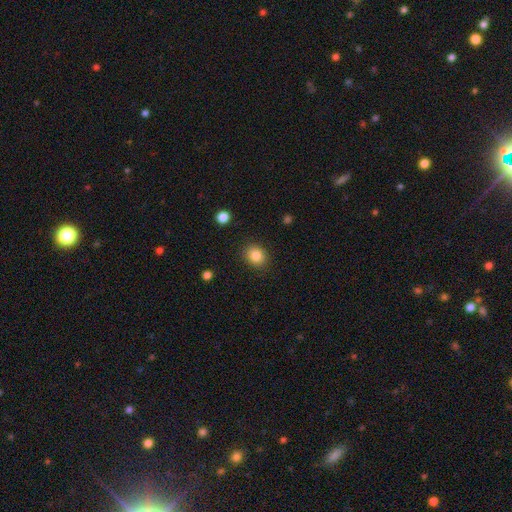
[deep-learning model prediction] This is clearly a smooth galaxy (84%). How rounded: likely round (69%). Merging: clearly none (88%).